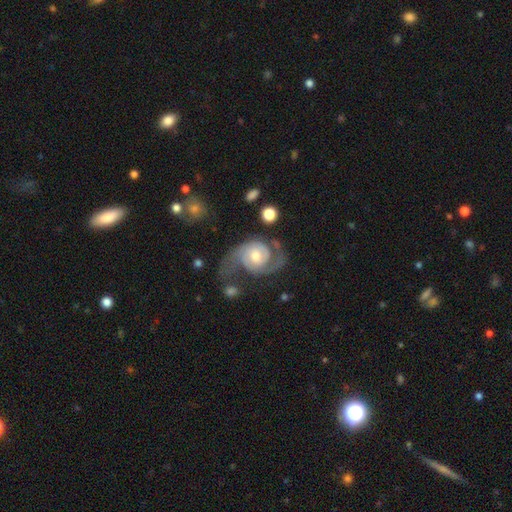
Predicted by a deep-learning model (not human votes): A featured or disk galaxy (85%) with no bar (69%), 2 (85%) medium (46%) spiral arms (95%) and a moderate central bulge (63%). Merging: none (50%).